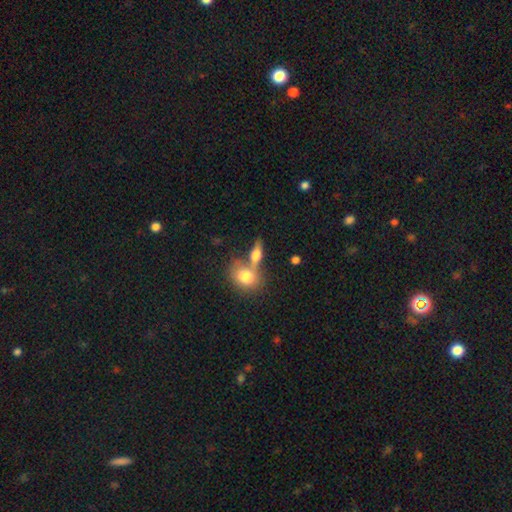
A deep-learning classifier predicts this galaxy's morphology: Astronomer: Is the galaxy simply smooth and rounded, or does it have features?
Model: smooth — 58%.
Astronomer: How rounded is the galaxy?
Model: in between — 60%.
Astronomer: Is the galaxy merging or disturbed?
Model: none — 45% (runner-up: merger, 40%).